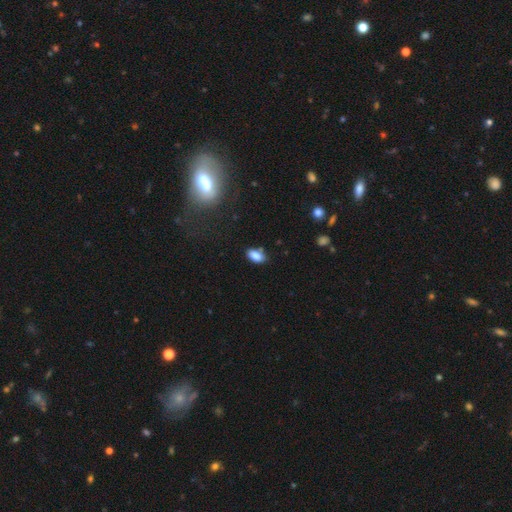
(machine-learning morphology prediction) smooth-or-featured: smooth: 85% | star or artifact: 9% | featured or disk: 6%
  how-rounded: in between: 91% | round: 5% | cigar-shaped: 4%
  merging: none: 71% | minor disturbance: 19% | merger: 6% | major disturbance: 4%